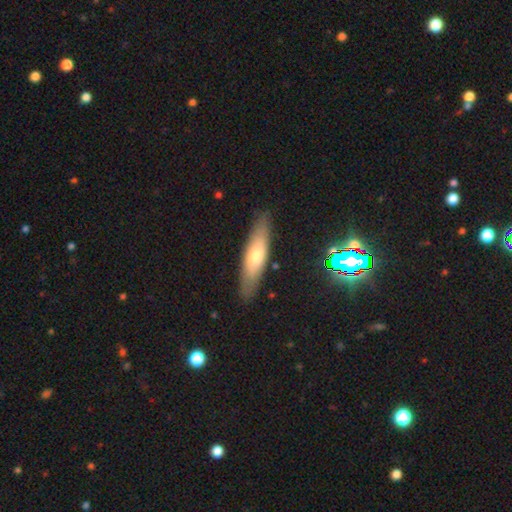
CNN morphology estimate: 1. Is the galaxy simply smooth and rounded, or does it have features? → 57% smooth, 36% featured or disk, 7% star or artifact.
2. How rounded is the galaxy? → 66% cigar-shaped, 32% in between, 2% round.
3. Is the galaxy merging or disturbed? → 86% none, 11% minor disturbance, 2% major disturbance, 1% merger.